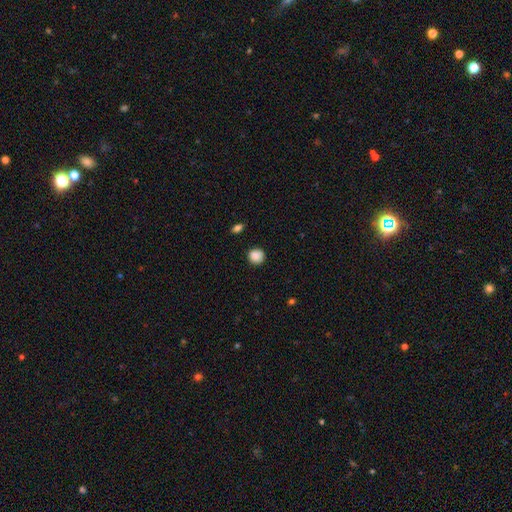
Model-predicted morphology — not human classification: type=smooth (88%); roundness=round (91%); merging=none (89%).